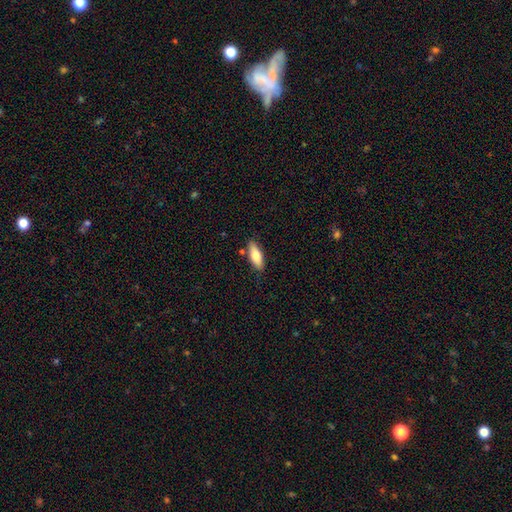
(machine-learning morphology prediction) Smooth or featured? Predicted: smooth (p=0.72). How rounded? Predicted: in between (p=0.66). Merging? Predicted: none (p=0.82).